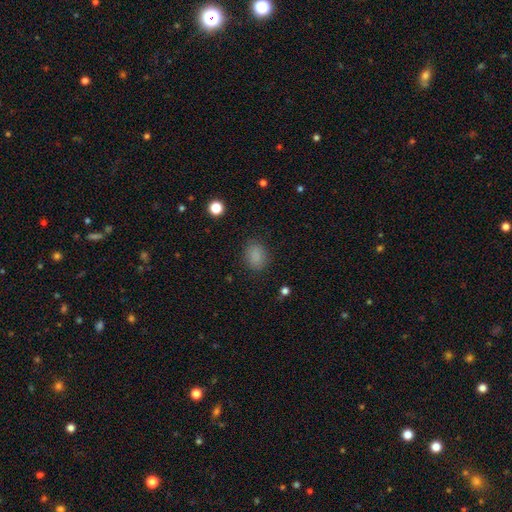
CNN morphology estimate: Overall: smooth (85%). How rounded: in between (54%; round 45%). Merging: none (85%).